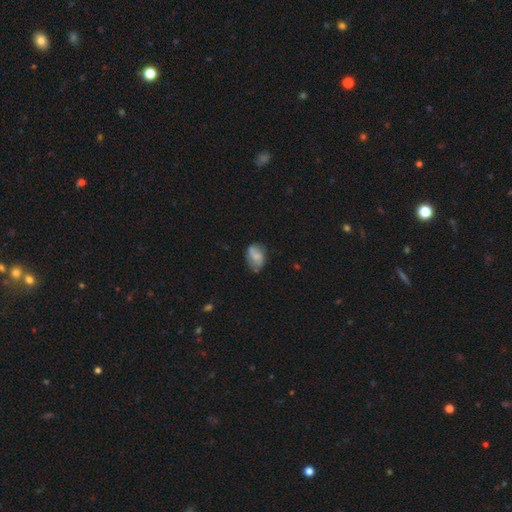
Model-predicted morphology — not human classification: The model was most divided on "merging": none: 53%, minor disturbance: 31%, major disturbance: 11%, merger: 5%. More confident: how rounded — in between (79%); smooth or featured — smooth (61%).